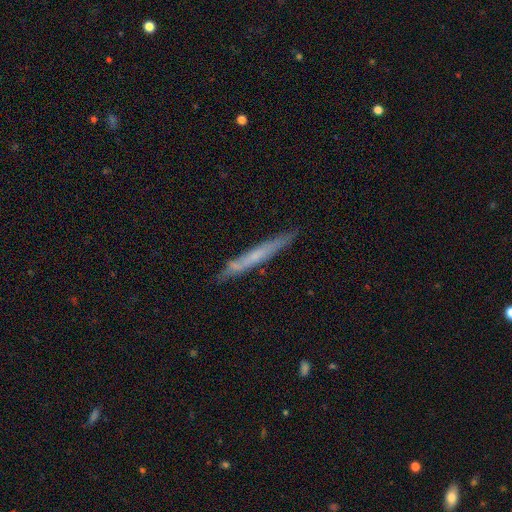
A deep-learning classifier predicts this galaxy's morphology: Smooth or featured?
  - featured or disk: 48% *
  - smooth: 45%
  - star or artifact: 7%
Merging?
  - none: 82% *
  - minor disturbance: 14%
  - major disturbance: 2%
  - merger: 2%